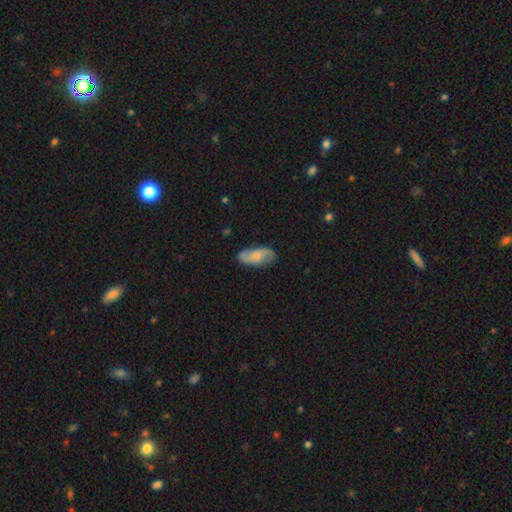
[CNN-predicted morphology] This appears to be a featured or disk galaxy (52%). Merging: none (78%).